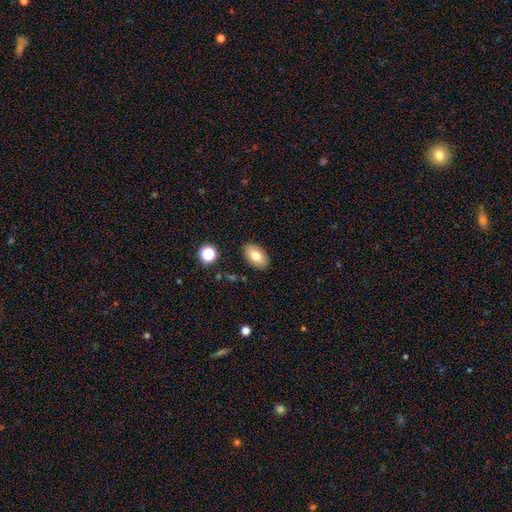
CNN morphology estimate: smooth-or-featured: smooth: 75% | featured or disk: 17% | star or artifact: 8%
  how-rounded: in between: 91% | round: 8% | cigar-shaped: 2%
  merging: none: 86% | minor disturbance: 10% | major disturbance: 2% | merger: 2%